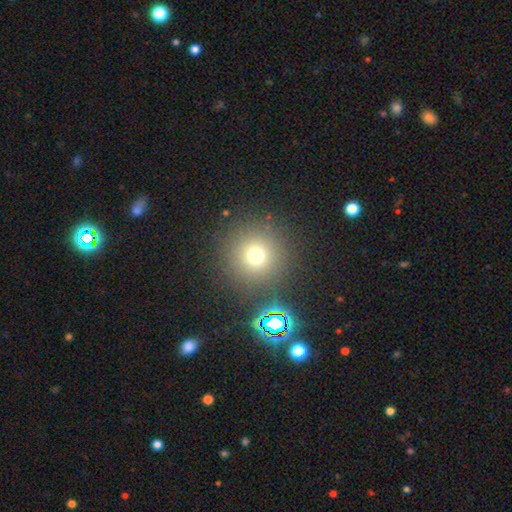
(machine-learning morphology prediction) smooth-or-featured: smooth: 70% | star or artifact: 22% | featured or disk: 8%
  how-rounded: round: 95% | in between: 4% | cigar-shaped: 1%
  merging: none: 85% | minor disturbance: 6% | merger: 5% | major disturbance: 4%